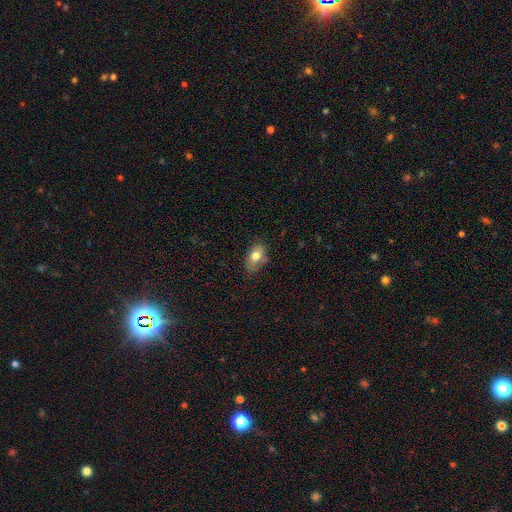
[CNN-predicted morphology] Overall: smooth (78%). How rounded: in between (86%). Merging: none (64%; minor disturbance 28%).